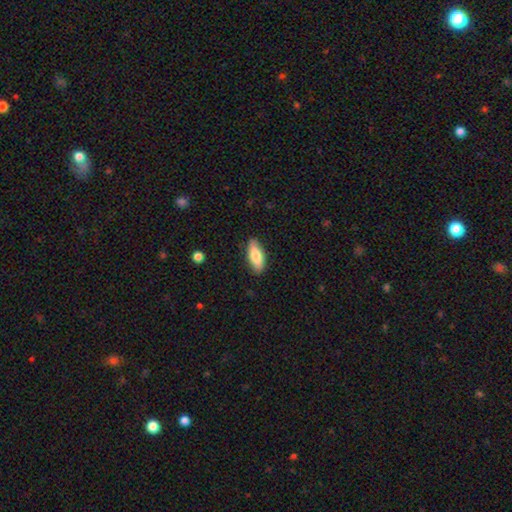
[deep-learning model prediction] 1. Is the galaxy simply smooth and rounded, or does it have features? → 76% smooth, 18% featured or disk, 6% star or artifact.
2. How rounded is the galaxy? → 76% in between, 22% cigar-shaped, 2% round.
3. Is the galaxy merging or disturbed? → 85% none, 12% minor disturbance, 2% major disturbance, 1% merger.